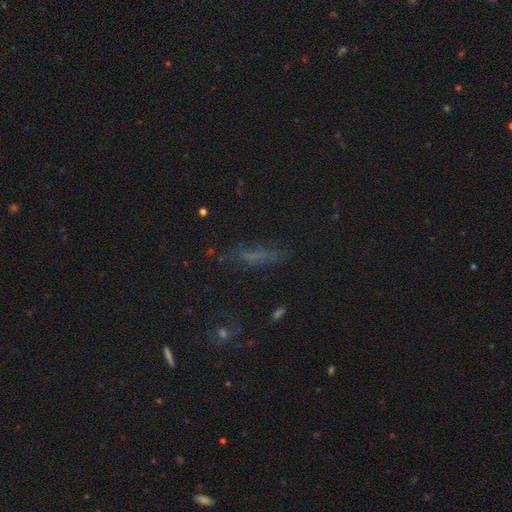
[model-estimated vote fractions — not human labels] Overall: smooth (45%; featured or disk 28%). Merging: none (65%).